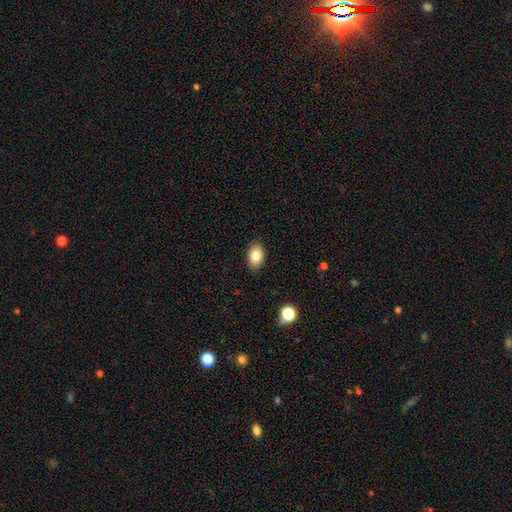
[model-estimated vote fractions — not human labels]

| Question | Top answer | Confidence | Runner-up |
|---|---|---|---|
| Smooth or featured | smooth | 83% | featured or disk (9%) |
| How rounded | in between | 89% | round (10%) |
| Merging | none | 89% | minor disturbance (8%) |